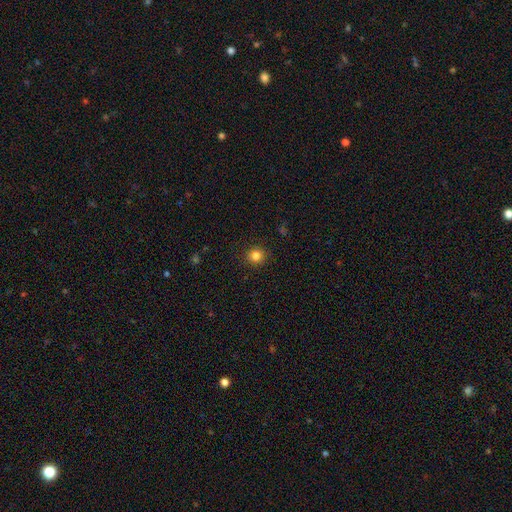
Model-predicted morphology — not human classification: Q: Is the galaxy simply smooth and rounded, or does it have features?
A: smooth — 83%.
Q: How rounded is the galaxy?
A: round — 92%.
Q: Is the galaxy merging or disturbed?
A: none — 91%.